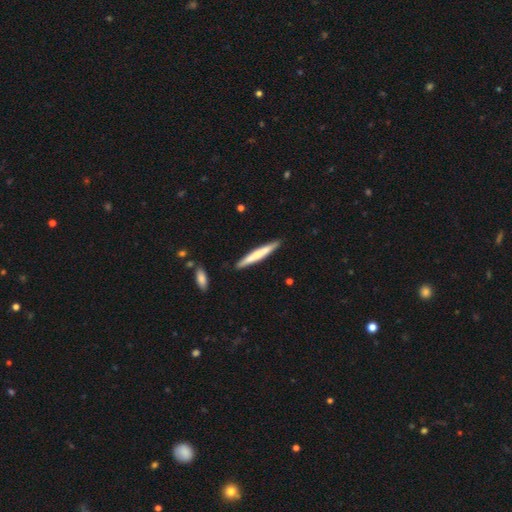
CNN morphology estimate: The model was most divided on "smooth or featured": smooth: 61%, featured or disk: 34%, star or artifact: 5%. More confident: how rounded — cigar-shaped (95%); merging — none (89%).